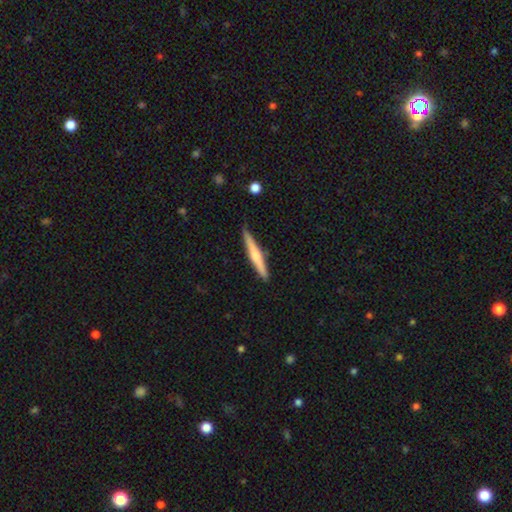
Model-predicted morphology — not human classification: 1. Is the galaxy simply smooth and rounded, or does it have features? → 49% smooth, 46% featured or disk, 5% star or artifact.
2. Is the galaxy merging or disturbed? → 87% none, 10% minor disturbance, 2% major disturbance, 1% merger.